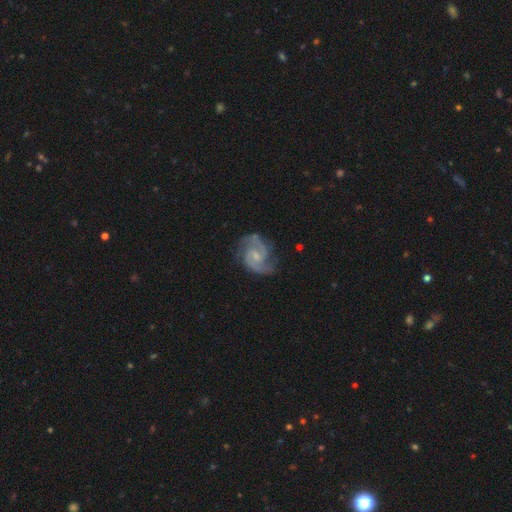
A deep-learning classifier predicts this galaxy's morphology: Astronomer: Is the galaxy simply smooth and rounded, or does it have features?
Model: featured or disk — 92%.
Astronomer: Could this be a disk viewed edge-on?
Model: no — 98%.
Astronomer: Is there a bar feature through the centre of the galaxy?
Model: weak — 48% (runner-up: no, 44%).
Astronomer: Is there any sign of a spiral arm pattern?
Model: yes — 98%.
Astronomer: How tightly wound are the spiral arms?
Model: medium — 59%.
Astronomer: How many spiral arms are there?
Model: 2 — 89%.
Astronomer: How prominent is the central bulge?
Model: small — 56%.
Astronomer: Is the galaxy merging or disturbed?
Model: none — 75%.